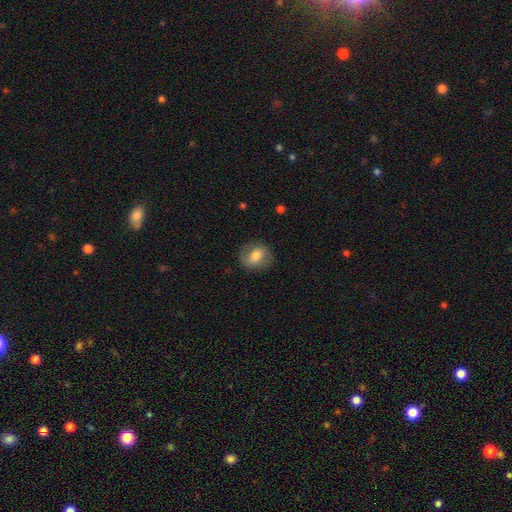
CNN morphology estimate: Smooth or featured? Predicted: smooth (p=0.61). How rounded? Predicted: round (p=0.61). Merging? Predicted: none (p=0.82).